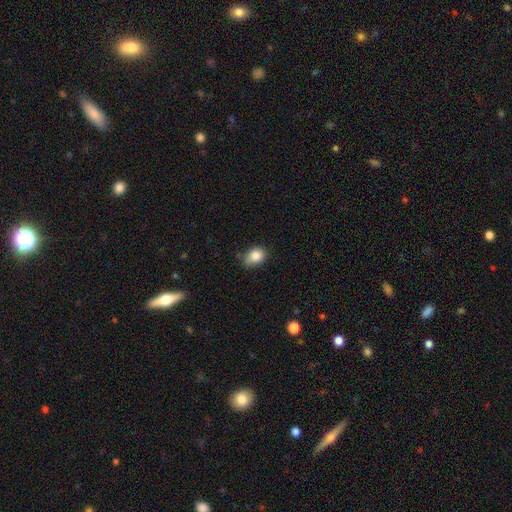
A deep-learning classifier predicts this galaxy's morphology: A smooth galaxy with no disk features (84%) that is in between round and cigar-shaped (56%). Merging: none (60%).